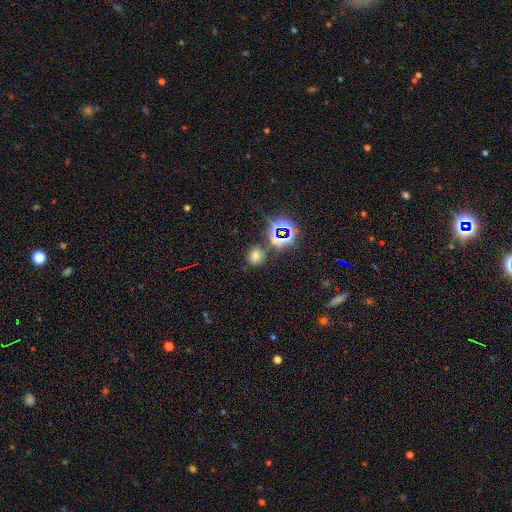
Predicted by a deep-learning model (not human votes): This is likely a smooth galaxy (62%). How rounded: clearly round (81%). Merging: likely none (79%).